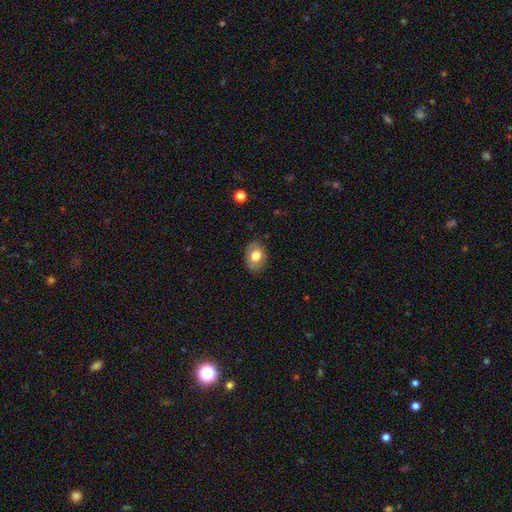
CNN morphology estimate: Smooth or featured? smooth (71%)
How rounded? in between (67%)
Merging? none (83%)